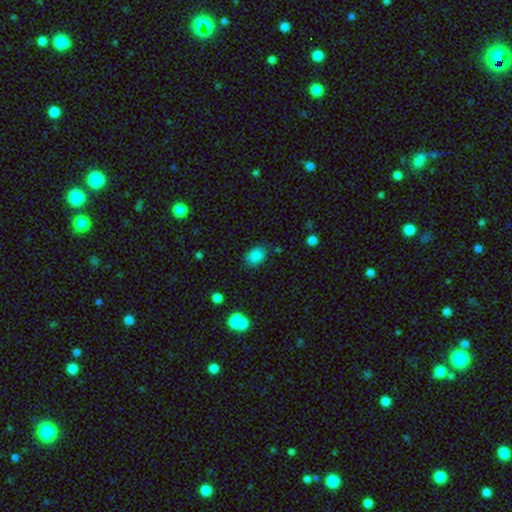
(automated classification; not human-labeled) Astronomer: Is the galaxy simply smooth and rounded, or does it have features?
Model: smooth — 84%.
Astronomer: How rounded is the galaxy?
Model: in between — 71%.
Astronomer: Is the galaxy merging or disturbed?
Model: none — 81%.